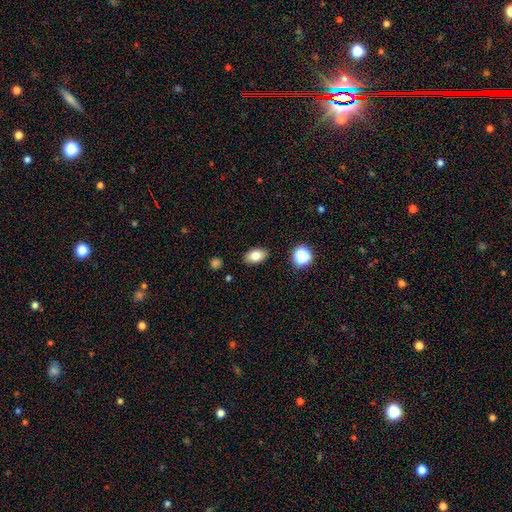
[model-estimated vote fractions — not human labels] This is clearly a smooth galaxy (80%). How rounded: clearly in between (86%). Merging: clearly none (87%).